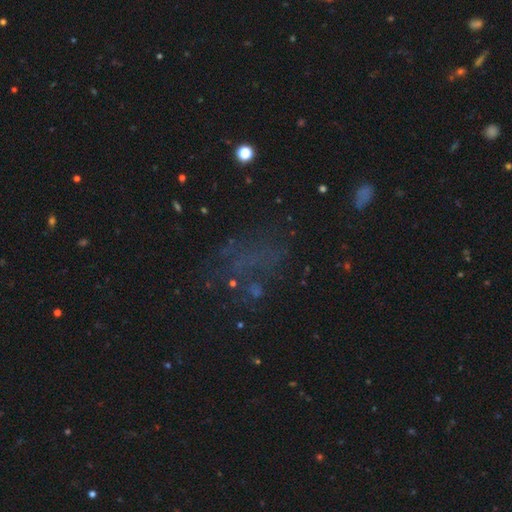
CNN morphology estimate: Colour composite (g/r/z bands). It shows a star or artifact, not a galaxy (49%).